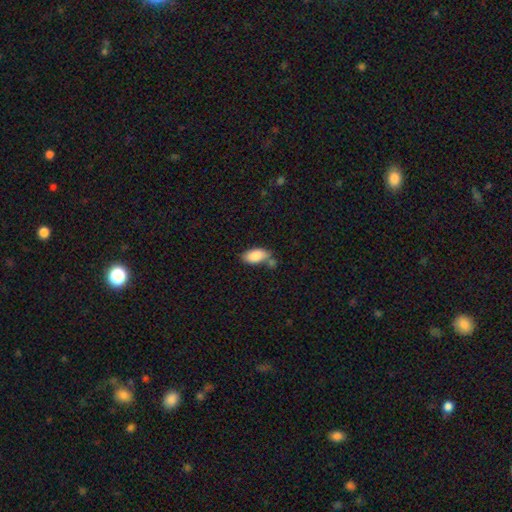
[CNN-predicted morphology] Smooth or featured? smooth (87%)
How rounded? in between (92%)
Merging? none (53%)